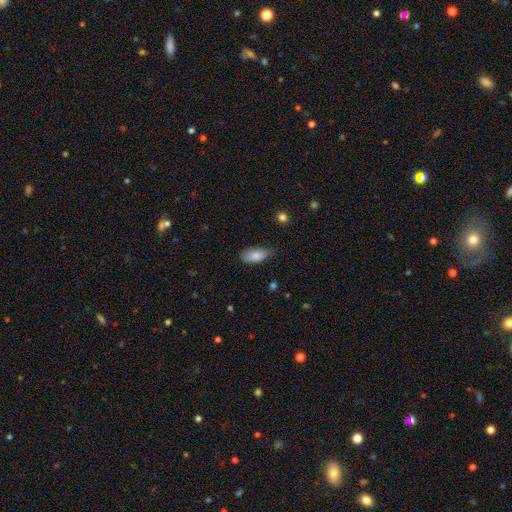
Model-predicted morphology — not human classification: smooth_or_featured: smooth (p=0.83) [alt: featured or disk p=0.10]
how_rounded: in between (p=0.90) [alt: cigar-shaped p=0.07]
merging: none (p=0.60) [alt: minor disturbance p=0.33]